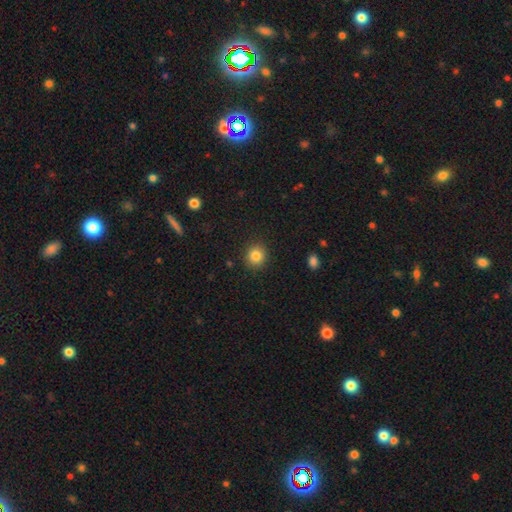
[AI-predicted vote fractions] Smooth or featured?
  - smooth: 84% *
  - star or artifact: 11%
  - featured or disk: 6%
How rounded?
  - round: 87% *
  - in between: 12%
  - cigar-shaped: 1%
Merging?
  - none: 90% *
  - minor disturbance: 7%
  - major disturbance: 2%
  - merger: 1%